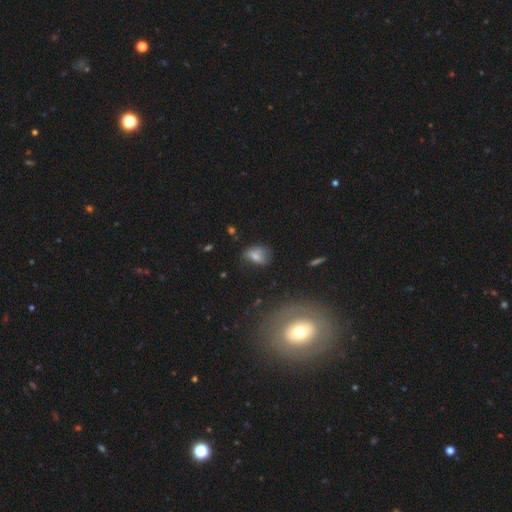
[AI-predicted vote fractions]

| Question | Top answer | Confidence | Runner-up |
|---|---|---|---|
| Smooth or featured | smooth | 68% | featured or disk (19%) |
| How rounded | in between | 75% | round (23%) |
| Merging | none | 53% | minor disturbance (31%) |